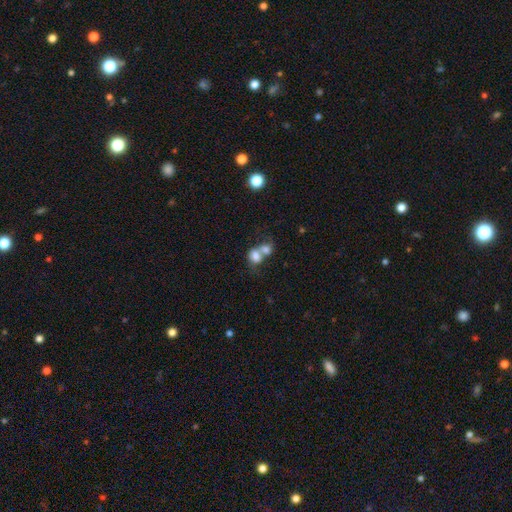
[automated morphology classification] The model was most divided on "how rounded": in between: 51%, round: 48%, cigar-shaped: 1%. More confident: smooth or featured — smooth (75%); merging — merger (70%).